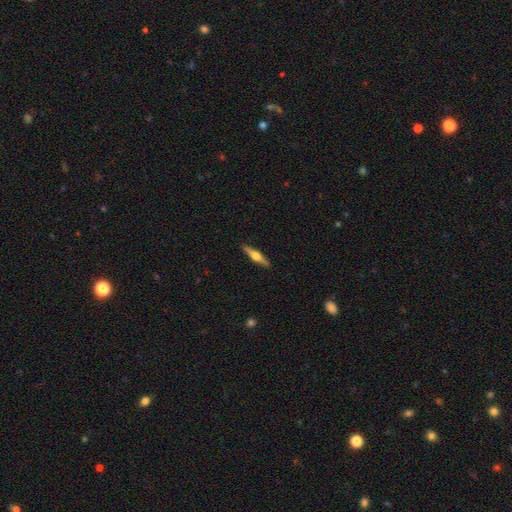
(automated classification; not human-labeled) smooth_or_featured: featured or disk (p=0.71) [alt: smooth p=0.23]
disk_edge_on: yes (p=0.98) [alt: no p=0.02]
edge_on_bulge: rounded (p=0.93) [alt: boxy p=0.05]
merging: none (p=0.91) [alt: minor disturbance p=0.06]